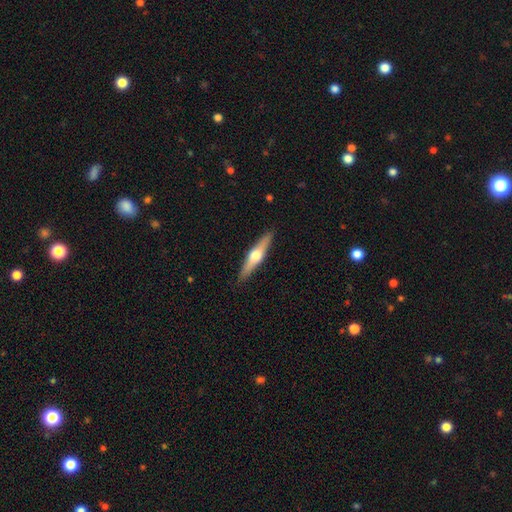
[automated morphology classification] Overall: featured or disk (63%; smooth 32%). Edge-on disk: yes (96%). Edge-on bulge: rounded (95%). Merging: none (90%).